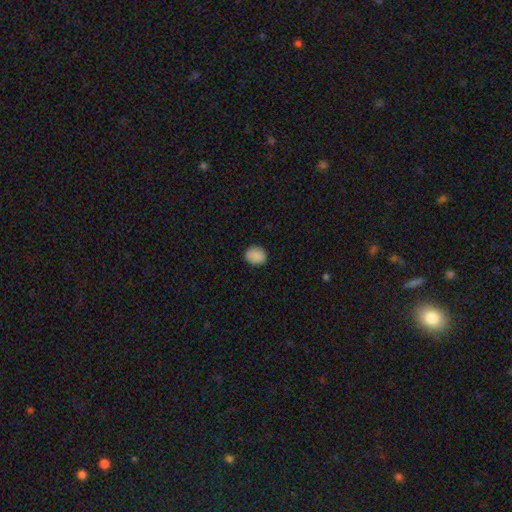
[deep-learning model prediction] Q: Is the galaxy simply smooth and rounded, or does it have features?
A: smooth — 88%.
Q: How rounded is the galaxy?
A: round — 71%.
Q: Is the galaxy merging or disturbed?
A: none — 87%.